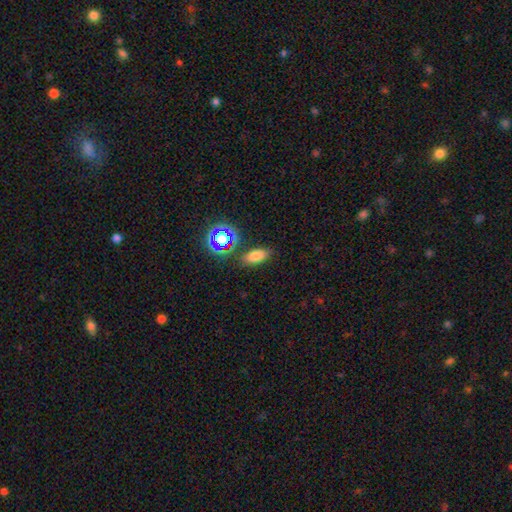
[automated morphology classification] smooth_or_featured: smooth (p=0.72) [alt: star or artifact p=0.18]
how_rounded: in between (p=0.81) [alt: cigar-shaped p=0.11]
merging: none (p=0.81) [alt: minor disturbance p=0.12]